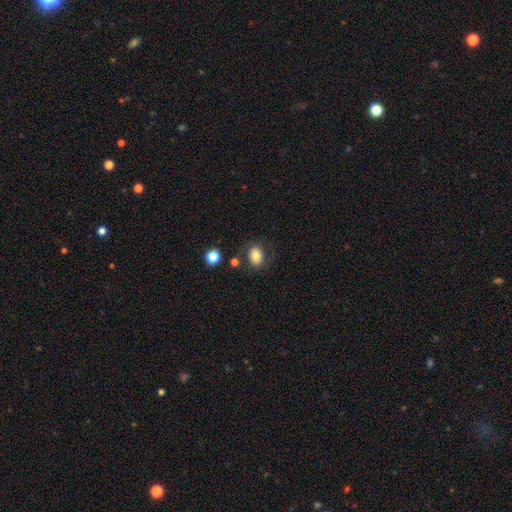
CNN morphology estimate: This is likely a smooth galaxy (78%). How rounded: likely in between (65%). Merging: likely none (72%).